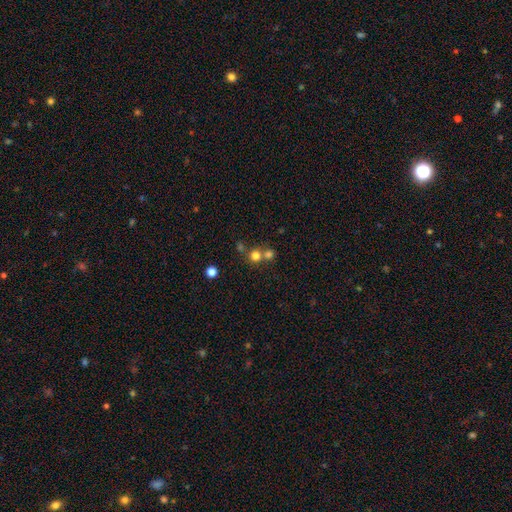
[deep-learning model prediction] Smooth or featured?
  - smooth: 75% *
  - star or artifact: 16%
  - featured or disk: 9%
How rounded?
  - round: 90% *
  - in between: 10%
  - cigar-shaped: 1%
Merging?
  - none: 52% *
  - merger: 40%
  - minor disturbance: 6%
  - major disturbance: 3%